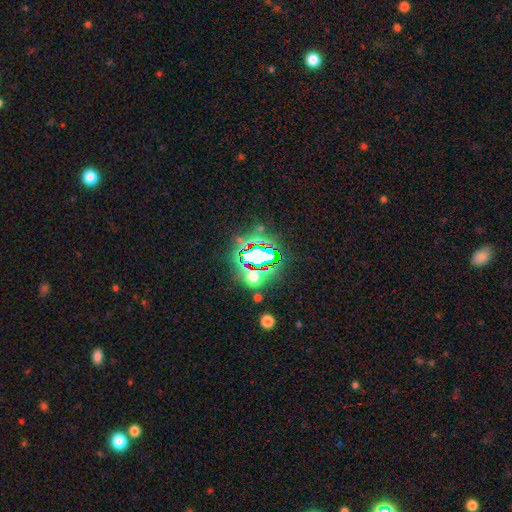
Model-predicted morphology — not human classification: Smooth or featured? Predicted: star or artifact (p=0.66).